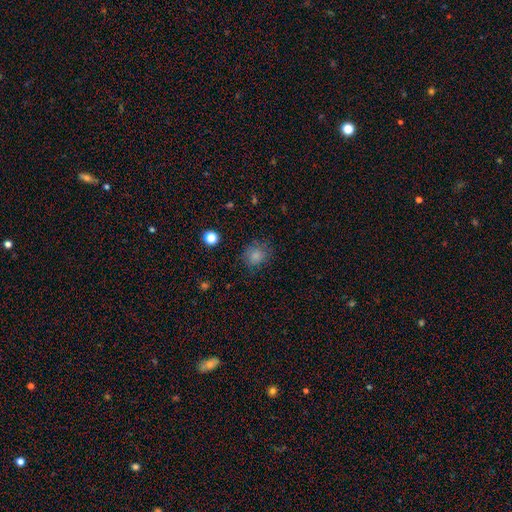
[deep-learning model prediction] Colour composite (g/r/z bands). It shows a smooth galaxy with no disk features (80%) that is round (76%). Merging: none (75%).